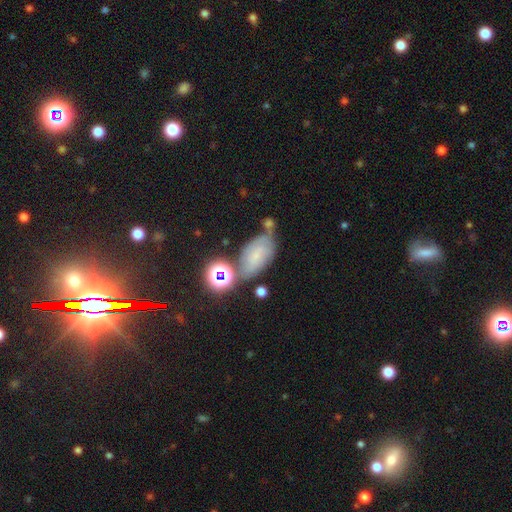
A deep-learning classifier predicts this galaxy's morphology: type=smooth (40%); merging=none (48%).